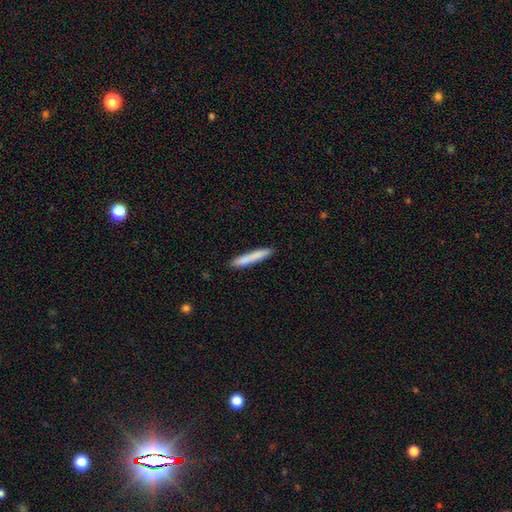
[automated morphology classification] Overall: smooth (81%). How rounded: cigar-shaped (94%). Merging: none (88%).